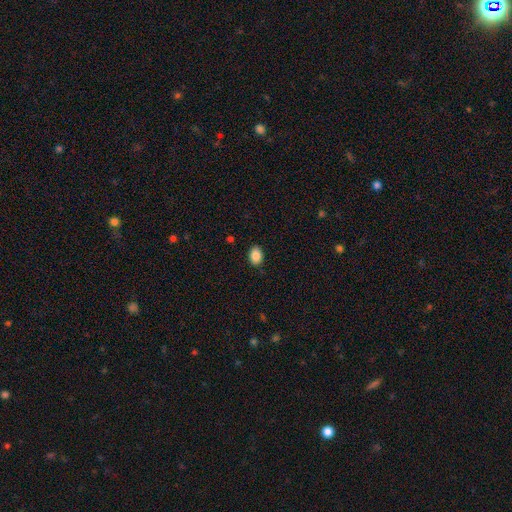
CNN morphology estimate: smooth-or-featured: smooth: 88% | star or artifact: 8% | featured or disk: 4%
  how-rounded: in between: 77% | round: 22% | cigar-shaped: 1%
  merging: none: 88% | minor disturbance: 9% | major disturbance: 2% | merger: 1%